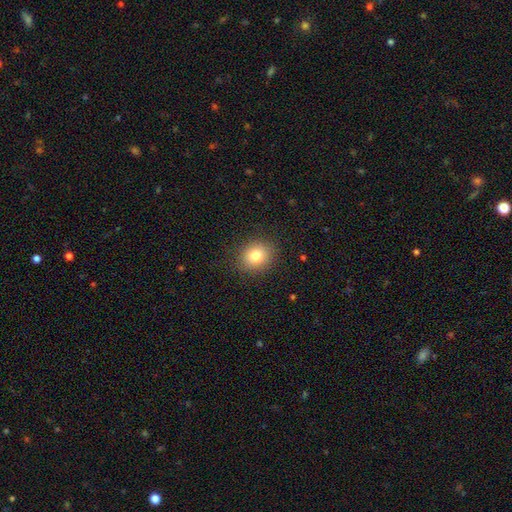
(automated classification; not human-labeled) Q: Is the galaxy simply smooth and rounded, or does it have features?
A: smooth — 80%.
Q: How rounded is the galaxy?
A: round — 75%.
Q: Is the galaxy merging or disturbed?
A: none — 88%.